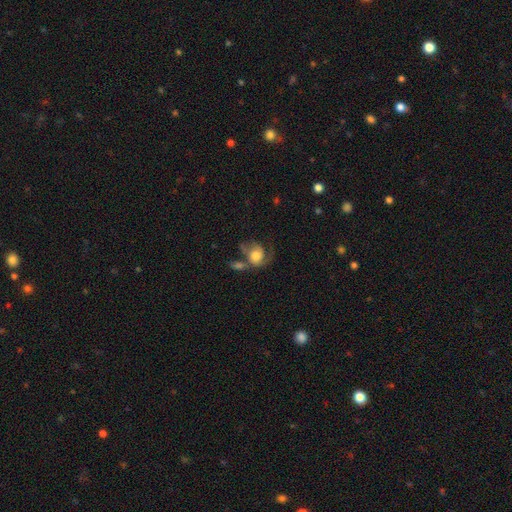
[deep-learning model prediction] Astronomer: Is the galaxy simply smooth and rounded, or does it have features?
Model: featured or disk — 48% (runner-up: smooth, 44%).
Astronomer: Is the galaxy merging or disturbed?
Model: major disturbance — 30% (runner-up: merger, 27%).